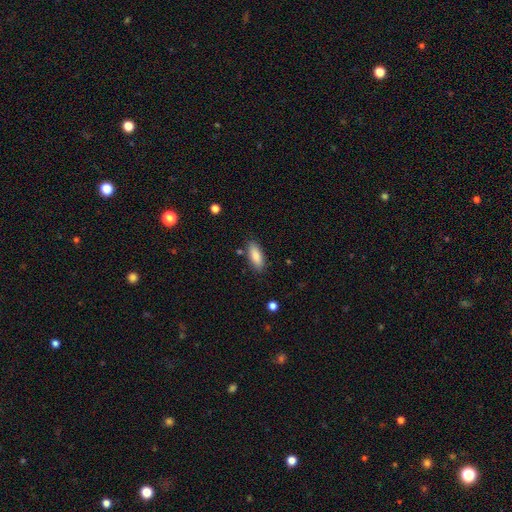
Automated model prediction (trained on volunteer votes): Smooth or featured?
  - smooth: 86% *
  - featured or disk: 7%
  - star or artifact: 6%
How rounded?
  - in between: 77% *
  - cigar-shaped: 21%
  - round: 2%
Merging?
  - none: 84% *
  - minor disturbance: 11%
  - major disturbance: 3%
  - merger: 2%